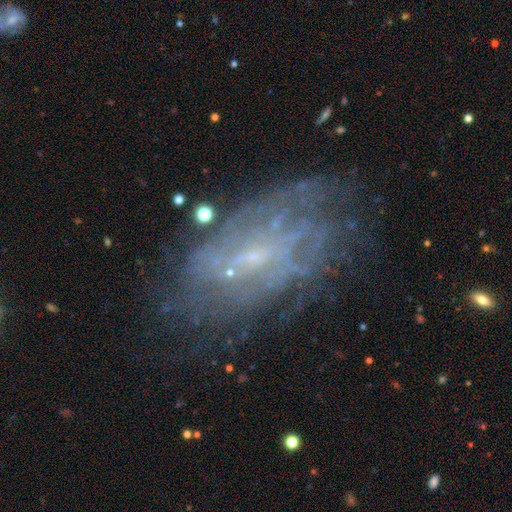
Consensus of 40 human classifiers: Q: Smooth or featured?
A: featured or disk (70%); runner-up: smooth (28%)
Q: Edge-on disk?
A: no (96%); runner-up: yes (4%)
Q: Bar?
A: weak (63%); runner-up: no (37%)
Q: Spiral arms?
A: yes (63%); runner-up: no (37%)
Q: Spiral winding?
A: tight (47%); runner-up: medium (35%)
Q: Spiral arm count?
A: can't tell (65%); runner-up: 4 (12%)
Q: Bulge size?
A: small (74%); runner-up: moderate (15%)
Q: Merging?
A: none (67%); runner-up: minor disturbance (15%)